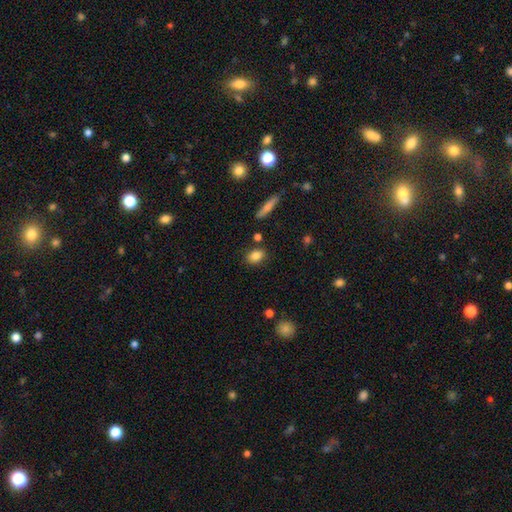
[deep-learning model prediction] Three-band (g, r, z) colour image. It shows a smooth galaxy with no disk features (84%) that is in between round and cigar-shaped (77%). Merging: none (81%).